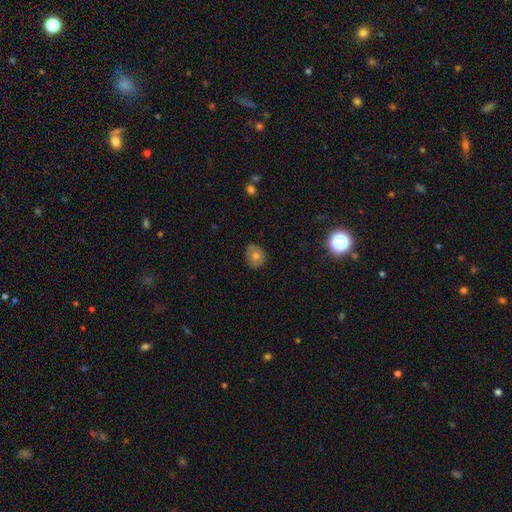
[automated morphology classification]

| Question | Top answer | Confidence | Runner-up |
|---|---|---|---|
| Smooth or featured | smooth | 62% | featured or disk (22%) |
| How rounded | round | 69% | in between (30%) |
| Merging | none | 77% | minor disturbance (18%) |